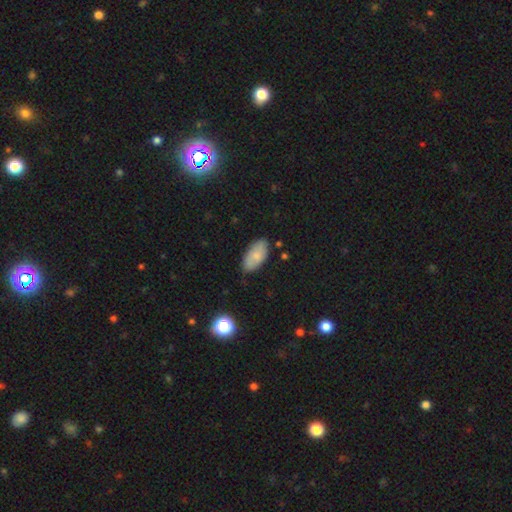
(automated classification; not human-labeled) Overall: smooth (76%). How rounded: in between (94%). Merging: none (78%).